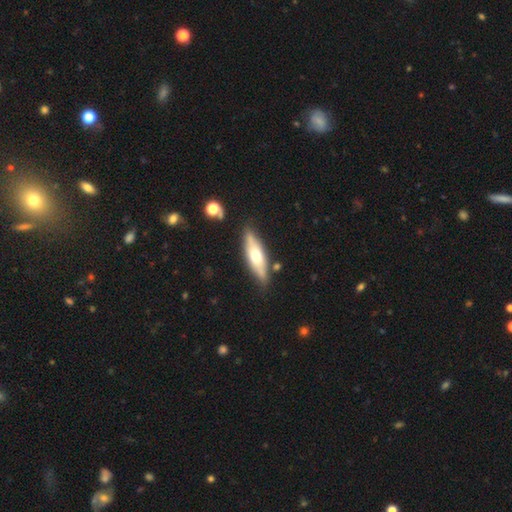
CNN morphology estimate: smooth 50%, featured or disk 44%, star or artifact 6%. Down the decision tree: how rounded — cigar-shaped (56%); merging — none (79%).